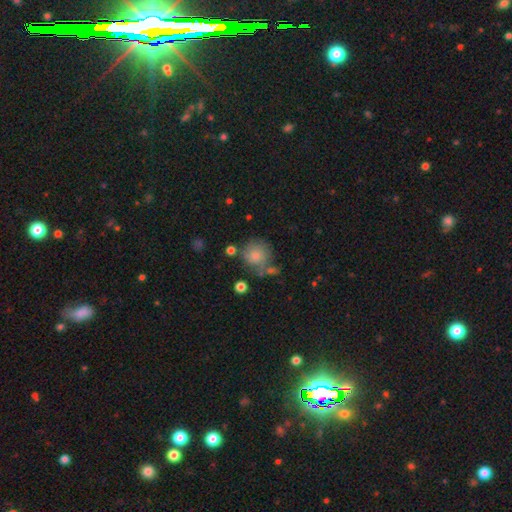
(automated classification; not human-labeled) Morphology: type=smooth (77%); roundness=round (87%); merging=none (58%).